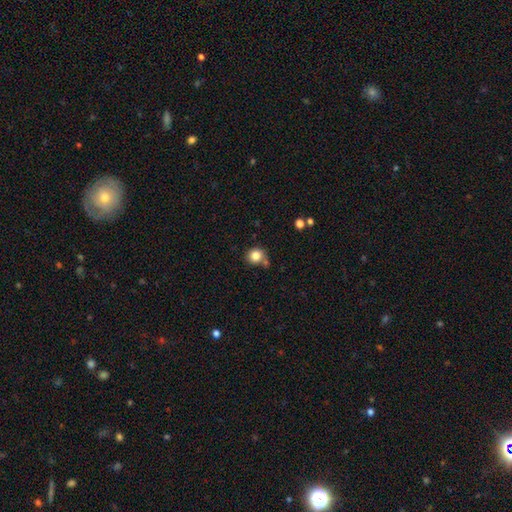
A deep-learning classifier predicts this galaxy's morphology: Smooth or featured? smooth (83%)
How rounded? round (88%)
Merging? none (68%)